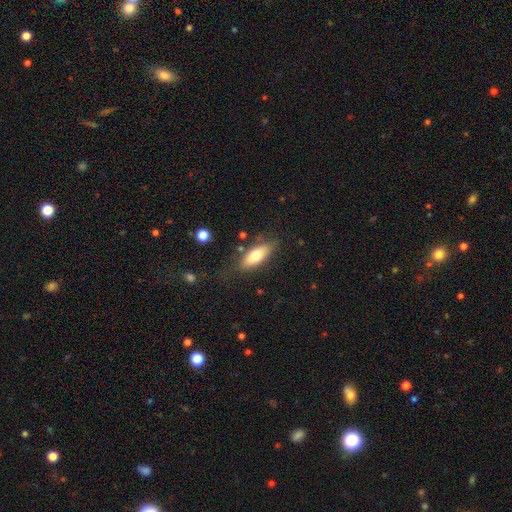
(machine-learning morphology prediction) type=smooth (71%); roundness=in between (72%); merging=none (74%).